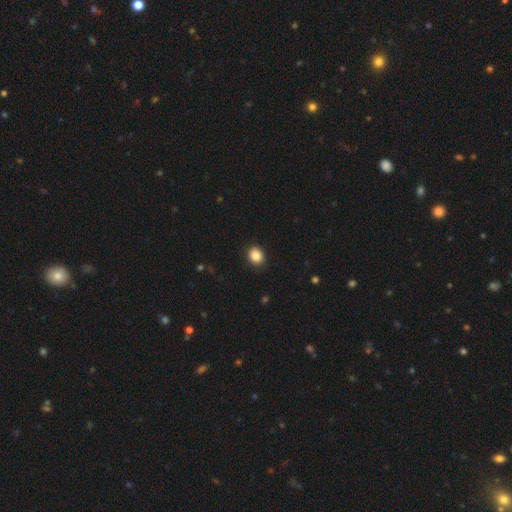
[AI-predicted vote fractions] Overall: smooth (87%). How rounded: round (53%; in between 46%). Merging: none (90%).